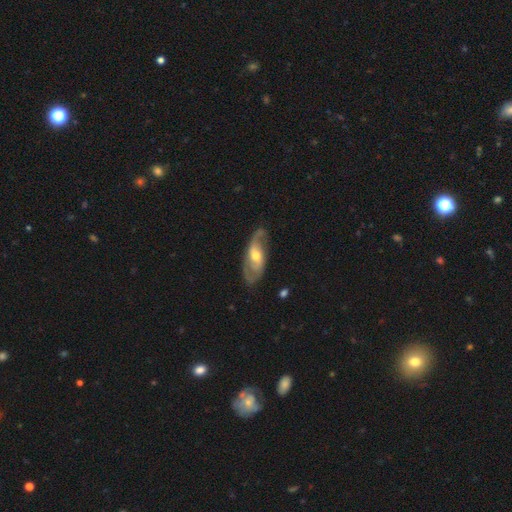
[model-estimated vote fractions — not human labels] The model was most divided on "spiral winding": medium: 43%, loose: 33%, tight: 23%. Remaining: edge-on disk — no (89%); spiral arms — yes (88%); spiral arm count — 2 (77%); smooth or featured — featured or disk (76%); merging — none (71%); bulge size — moderate (66%); bar — no (49%).